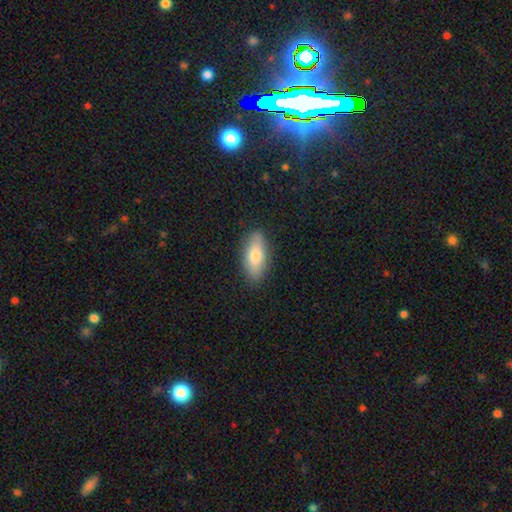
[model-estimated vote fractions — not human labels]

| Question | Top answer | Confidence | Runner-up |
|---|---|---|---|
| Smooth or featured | smooth | 75% | featured or disk (19%) |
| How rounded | in between | 80% | cigar-shaped (17%) |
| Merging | none | 86% | minor disturbance (10%) |